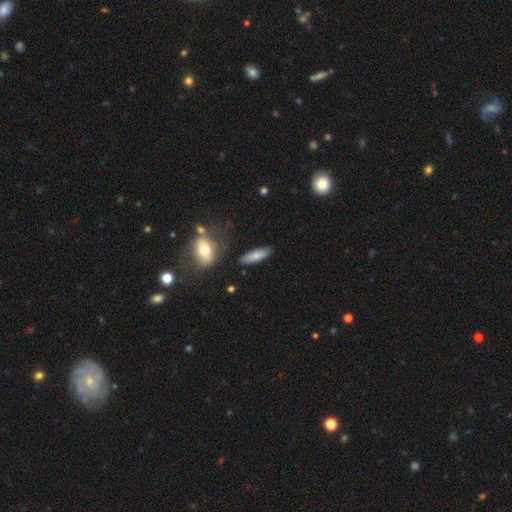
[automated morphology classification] type=smooth (78%); roundness=cigar-shaped (58%); merging=none (83%).